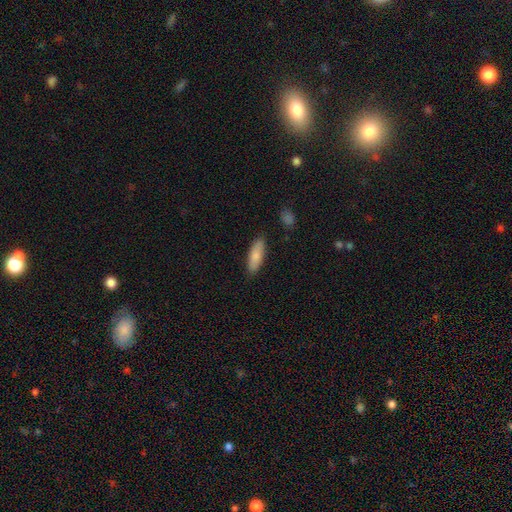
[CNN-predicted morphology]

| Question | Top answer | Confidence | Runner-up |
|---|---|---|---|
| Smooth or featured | smooth | 82% | featured or disk (12%) |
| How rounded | in between | 59% | cigar-shaped (40%) |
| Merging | none | 86% | minor disturbance (10%) |